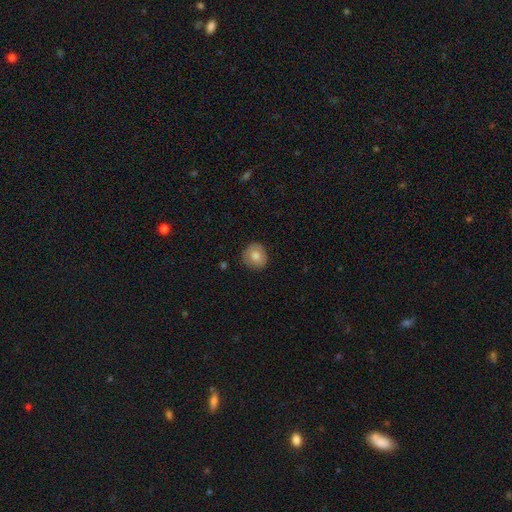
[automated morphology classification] A smooth galaxy with no disk features (76%) that is round (89%). Merging: none (85%).